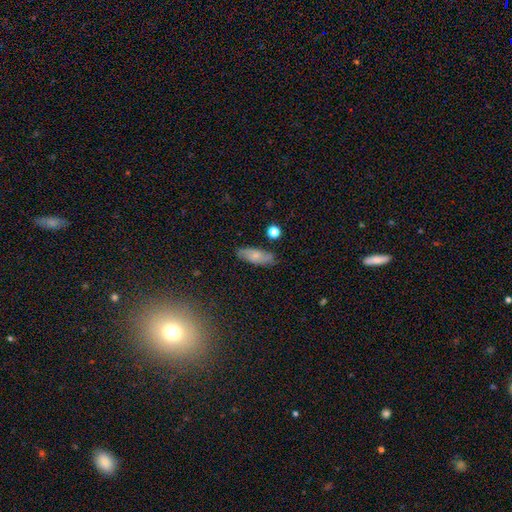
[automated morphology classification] smooth_or_featured: smooth (p=0.61) [alt: featured or disk p=0.32]
how_rounded: in between (p=0.67) [alt: cigar-shaped p=0.30]
merging: none (p=0.80) [alt: minor disturbance p=0.15]